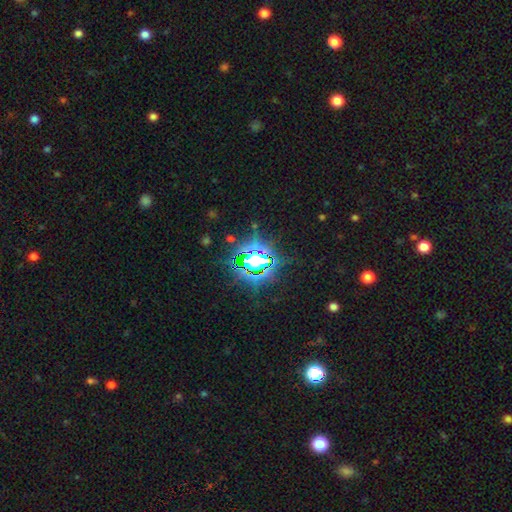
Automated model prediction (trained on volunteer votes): This is clearly a star or artifact rather than a galaxy (81%).